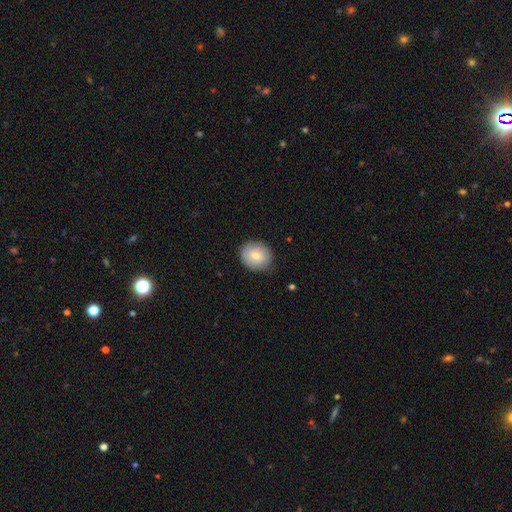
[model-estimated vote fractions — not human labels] Smooth or featured? Predicted: smooth (p=0.75). How rounded? Predicted: round (p=0.77). Merging? Predicted: none (p=0.80).